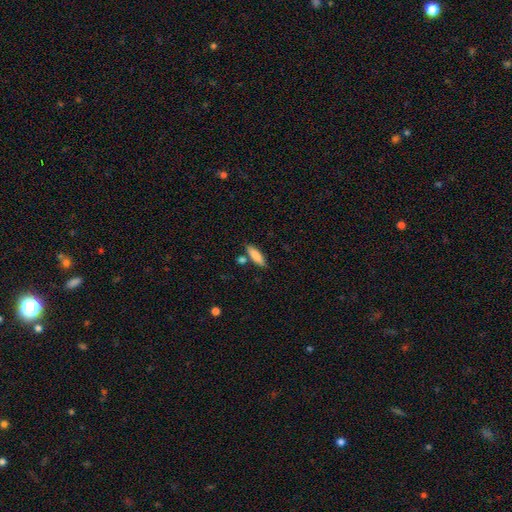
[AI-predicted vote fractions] This is clearly a smooth galaxy (84%). How rounded: possibly cigar-shaped (52%). Merging: likely none (76%).